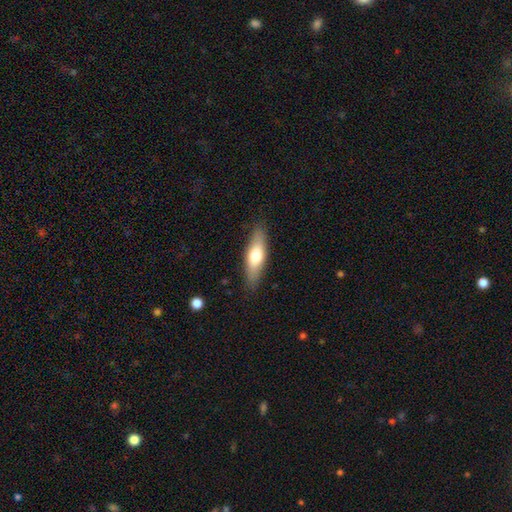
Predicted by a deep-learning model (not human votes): smooth_or_featured: smooth (p=0.63) [alt: featured or disk p=0.31]
how_rounded: cigar-shaped (p=0.53) [alt: in between p=0.45]
merging: none (p=0.86) [alt: minor disturbance p=0.10]